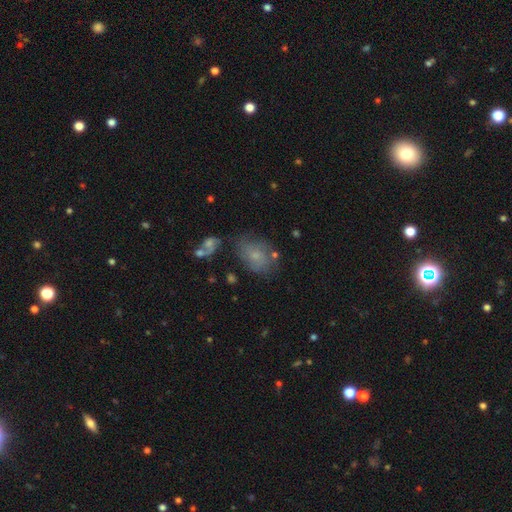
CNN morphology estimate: Smooth or featured? smooth (55%)
How rounded? in between (72%)
Merging? none (55%)